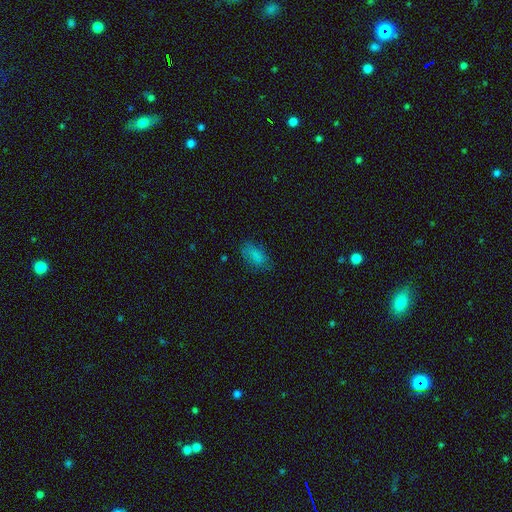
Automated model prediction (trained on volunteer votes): Smooth or featured: smooth — 79% (star or artifact — 11%)
How rounded: in between — 91% (round — 5%)
Merging: none — 71% (minor disturbance — 20%)